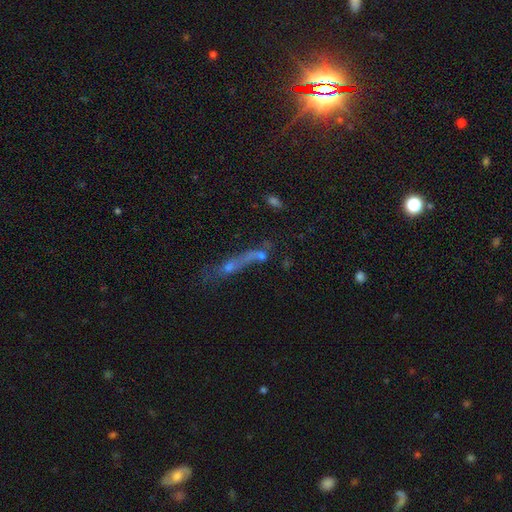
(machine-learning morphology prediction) A smooth galaxy with no disk features (36%, tied with featured or disk). Merging: merger (33%, tied with none).